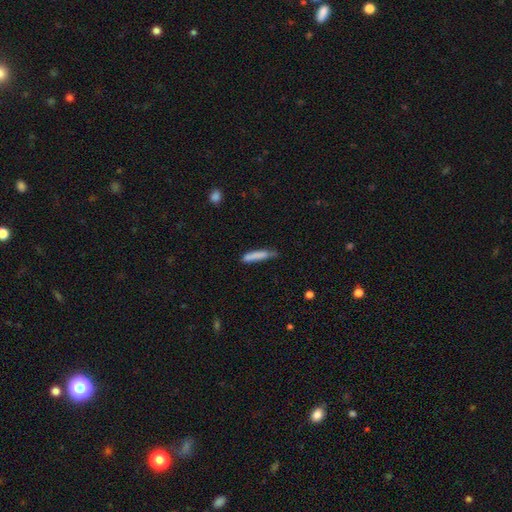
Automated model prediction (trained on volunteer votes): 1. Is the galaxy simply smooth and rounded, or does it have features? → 81% smooth, 12% featured or disk, 7% star or artifact.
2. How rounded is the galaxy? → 87% cigar-shaped, 11% in between, 1% round.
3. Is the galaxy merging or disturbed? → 57% none, 32% minor disturbance, 7% major disturbance, 4% merger.